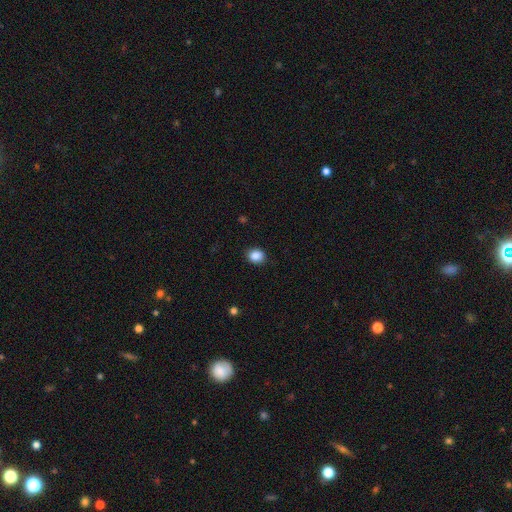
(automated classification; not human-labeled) Smooth or featured? smooth (88%)
How rounded? round (60%)
Merging? none (87%)